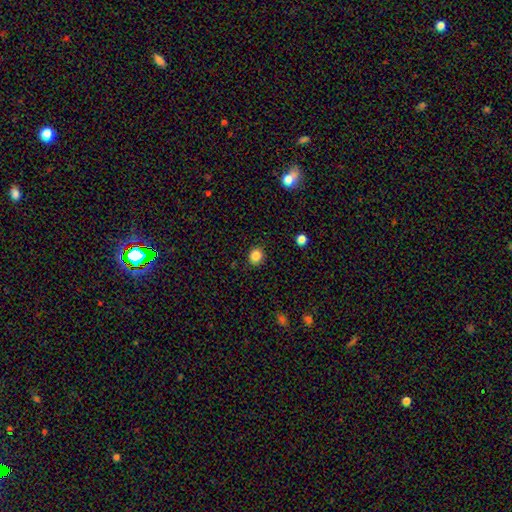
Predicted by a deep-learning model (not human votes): smooth 86%, star or artifact 11%, featured or disk 4%. Down the decision tree: how rounded — round (74%); merging — none (89%).